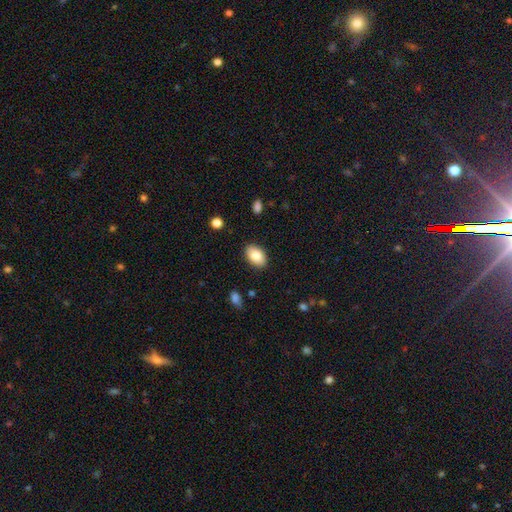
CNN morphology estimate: smooth_or_featured: smooth (p=0.83) [alt: featured or disk p=0.10]
how_rounded: in between (p=0.90) [alt: round p=0.08]
merging: none (p=0.88) [alt: minor disturbance p=0.09]